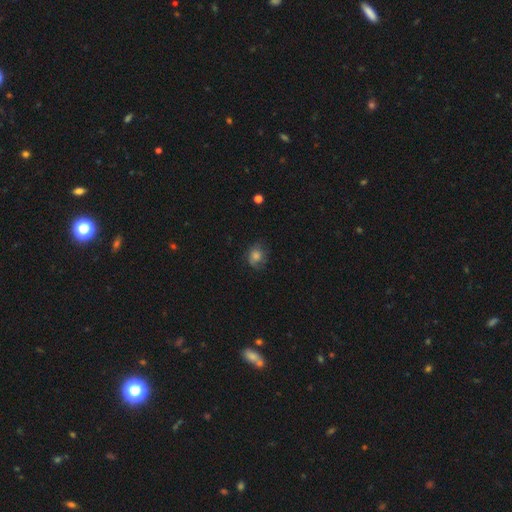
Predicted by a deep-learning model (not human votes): The model was most divided on "how rounded": round: 63%, in between: 36%, cigar-shaped: 1%. More confident: smooth or featured — smooth (70%); merging — none (67%).